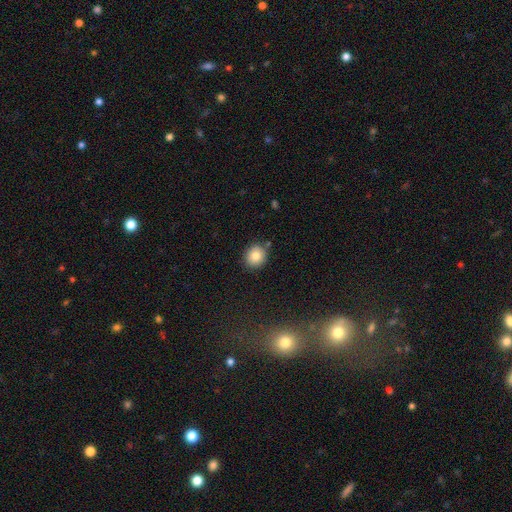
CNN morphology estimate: A smooth galaxy with no disk features (80%) that is round (79%). Merging: none (83%).